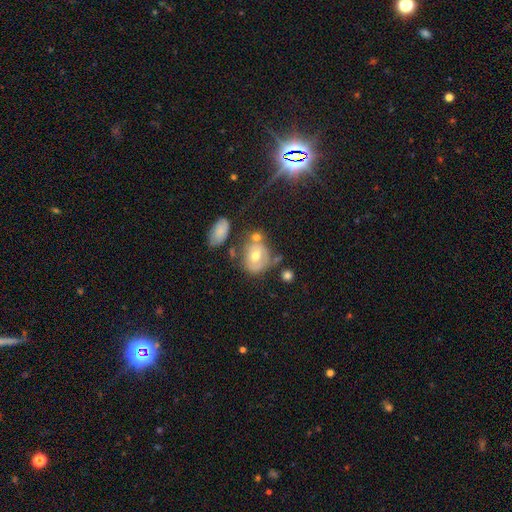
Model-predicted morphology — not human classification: Smooth or featured? Predicted: featured or disk (p=0.44, tied with smooth). Merging? Predicted: none (p=0.47).